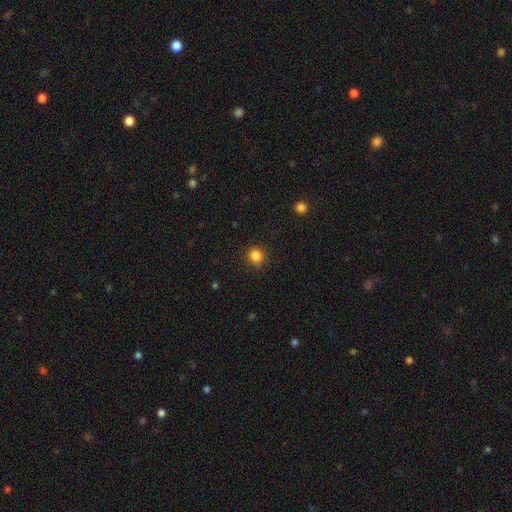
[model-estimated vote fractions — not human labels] smooth_or_featured: smooth (p=0.84) [alt: star or artifact p=0.12]
how_rounded: round (p=0.88) [alt: in between p=0.11]
merging: none (p=0.88) [alt: minor disturbance p=0.09]